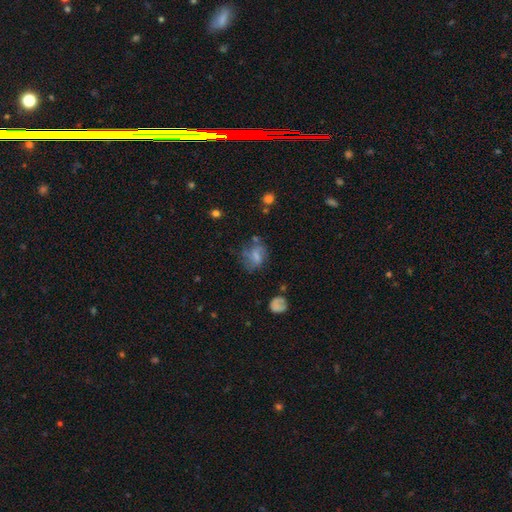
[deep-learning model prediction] Smooth or featured?
  - smooth: 52% *
  - featured or disk: 37%
  - star or artifact: 12%
How rounded?
  - in between: 56% *
  - round: 42%
  - cigar-shaped: 2%
Merging?
  - none: 48% *
  - minor disturbance: 25%
  - major disturbance: 22%
  - merger: 5%